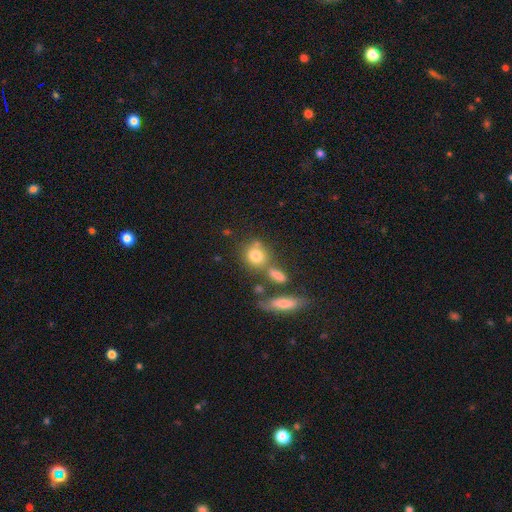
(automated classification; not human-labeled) This appears to be a smooth galaxy with no disk features (77%) that is round (71%). Merging: none (56%).